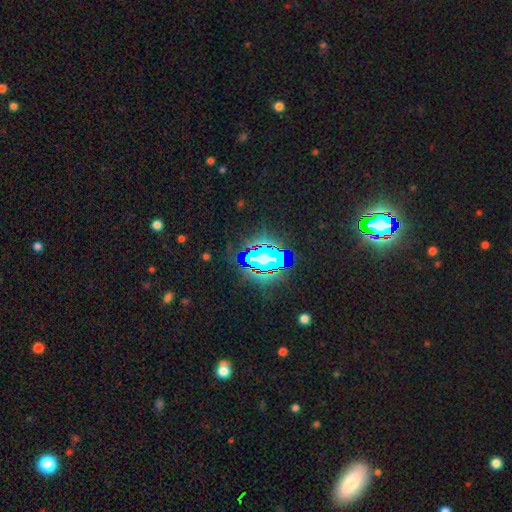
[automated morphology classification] Smooth or featured?
  - star or artifact: 72% *
  - smooth: 15%
  - featured or disk: 13%